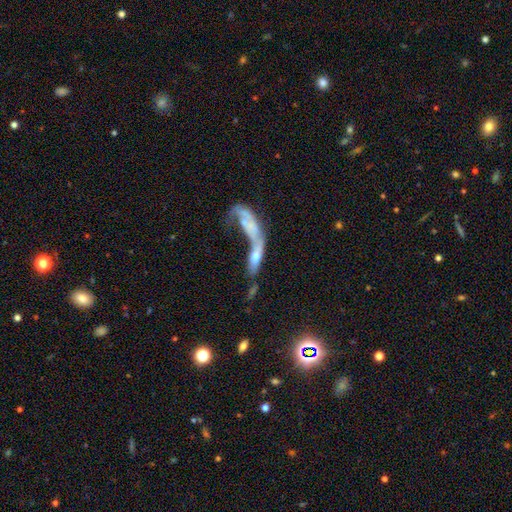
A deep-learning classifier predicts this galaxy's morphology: This is possibly a smooth galaxy (47%). Merging: likely merger (66%).